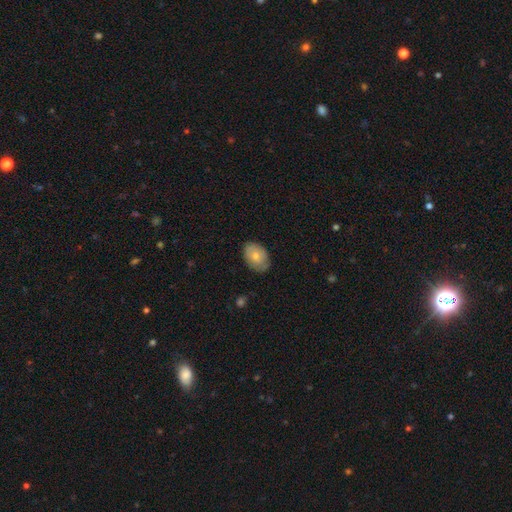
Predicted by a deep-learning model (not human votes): This appears to be a smooth galaxy with no disk features (73%) that is in between round and cigar-shaped (83%). Merging: none (78%).